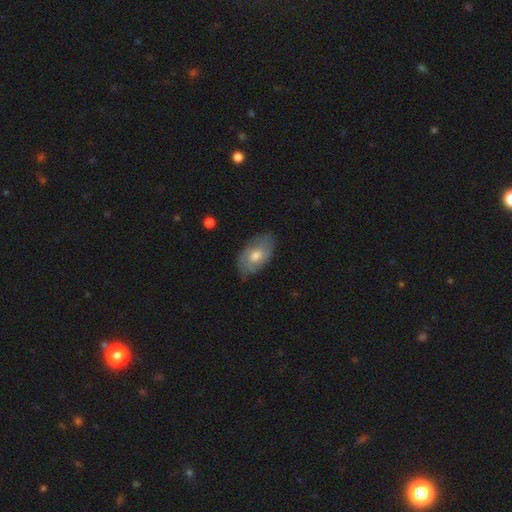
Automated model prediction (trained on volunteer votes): smooth 48%, featured or disk 46%, star or artifact 7%. Down the decision tree: merging — none (72%).